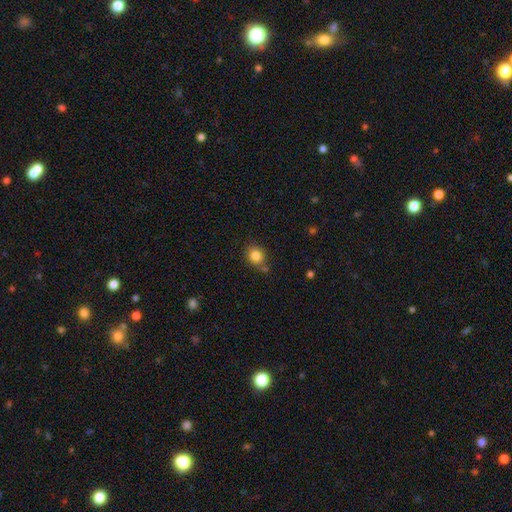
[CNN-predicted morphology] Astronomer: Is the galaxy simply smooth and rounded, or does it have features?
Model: smooth — 83%.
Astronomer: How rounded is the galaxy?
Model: round — 70%.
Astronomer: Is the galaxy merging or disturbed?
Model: none — 73%.